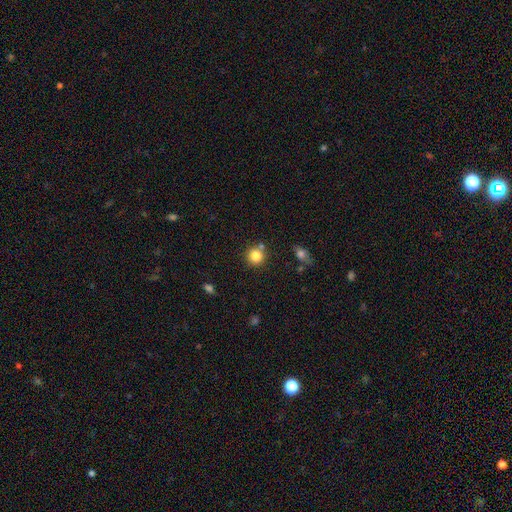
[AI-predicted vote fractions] A smooth galaxy with no disk features (83%) that is round (92%). Merging: none (76%).